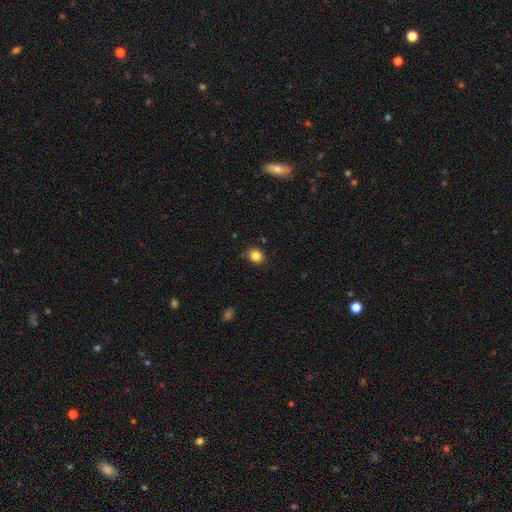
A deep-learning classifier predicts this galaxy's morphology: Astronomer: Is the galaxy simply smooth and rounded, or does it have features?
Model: smooth — 85%.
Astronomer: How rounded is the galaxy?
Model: round — 70%.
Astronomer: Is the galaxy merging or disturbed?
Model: none — 87%.